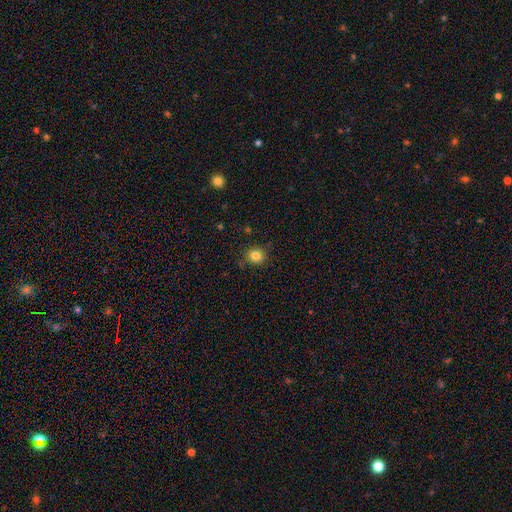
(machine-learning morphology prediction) A smooth galaxy with no disk features (83%) that is round (87%).

Vote fractions:
- Smooth or featured? smooth: 83% / star or artifact: 12% / featured or disk: 5%
- How rounded? round: 87% / in between: 12% / cigar-shaped: 1%
- Merging? none: 85% / minor disturbance: 10% / major disturbance: 3% / merger: 2%